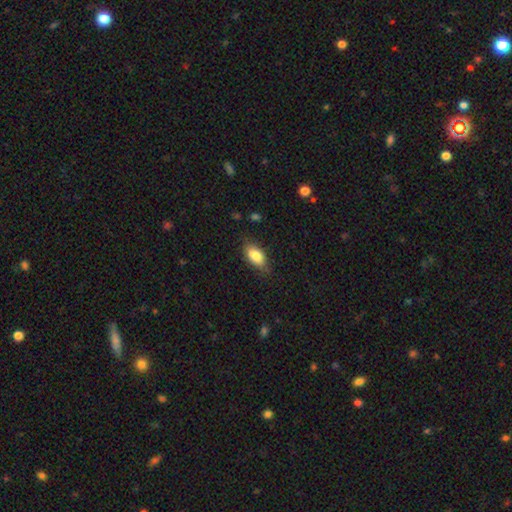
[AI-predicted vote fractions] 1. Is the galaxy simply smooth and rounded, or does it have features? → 82% smooth, 11% featured or disk, 7% star or artifact.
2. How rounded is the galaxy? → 90% in between, 6% cigar-shaped, 4% round.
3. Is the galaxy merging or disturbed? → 75% none, 20% minor disturbance, 4% major disturbance, 1% merger.